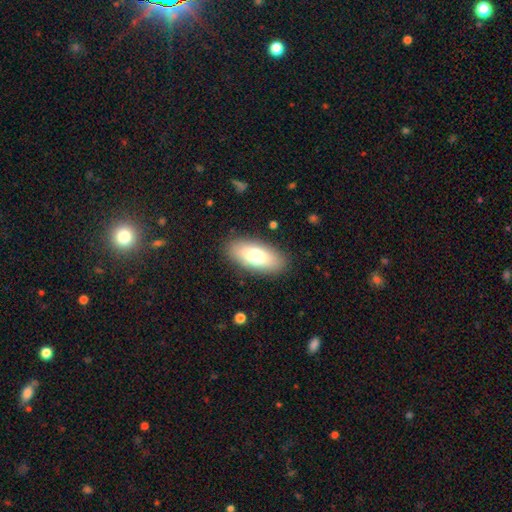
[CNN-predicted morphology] Q: Smooth or featured?
A: smooth (73%); runner-up: featured or disk (19%)
Q: How rounded?
A: in between (86%); runner-up: cigar-shaped (11%)
Q: Merging?
A: none (87%); runner-up: minor disturbance (9%)